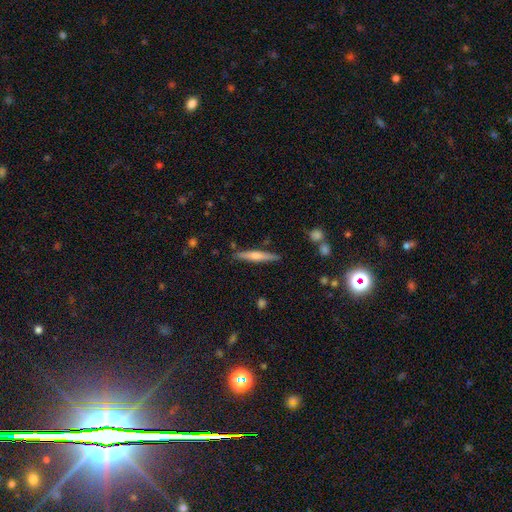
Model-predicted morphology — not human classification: Smooth or featured? Predicted: smooth (p=0.48). Merging? Predicted: none (p=0.87).